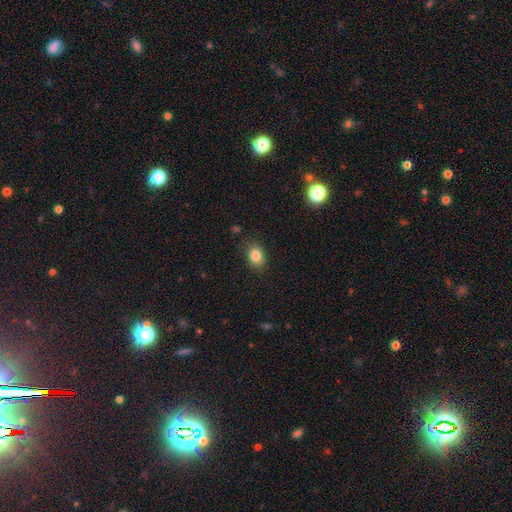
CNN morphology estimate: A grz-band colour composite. It shows a smooth galaxy with no disk features (85%) that is in between round and cigar-shaped (62%). Merging: none (84%).